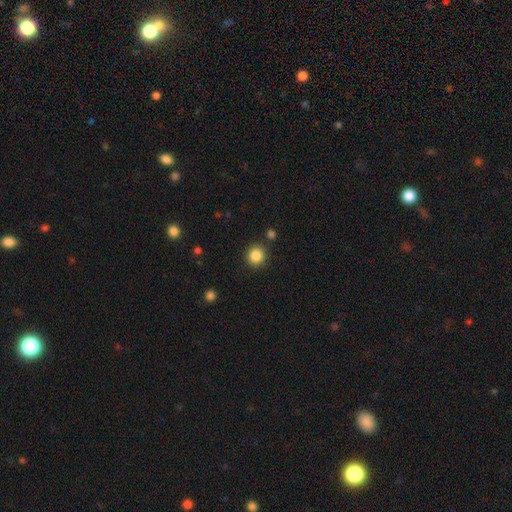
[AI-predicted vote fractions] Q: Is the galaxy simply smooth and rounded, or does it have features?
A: smooth — 86%.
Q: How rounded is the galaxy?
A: round — 89%.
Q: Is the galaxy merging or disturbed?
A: none — 87%.